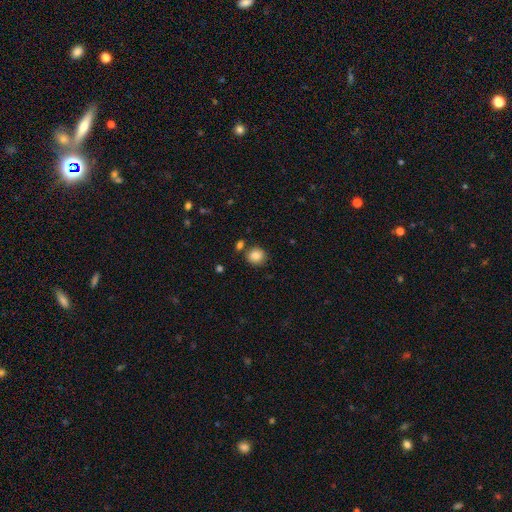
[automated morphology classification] This appears to be a smooth galaxy with no disk features (85%) that is round (86%). Merging: none (79%).